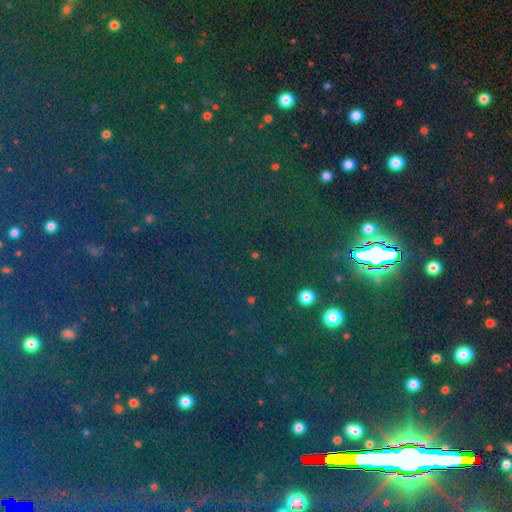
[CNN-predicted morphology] Smooth or featured: star or artifact — 78% (smooth — 13%)